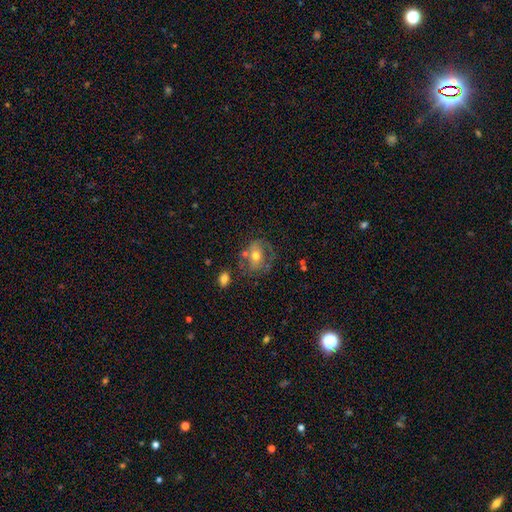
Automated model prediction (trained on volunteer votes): This appears to be a smooth galaxy with no disk features (45%, tied with featured or disk). Merging: none (52%).